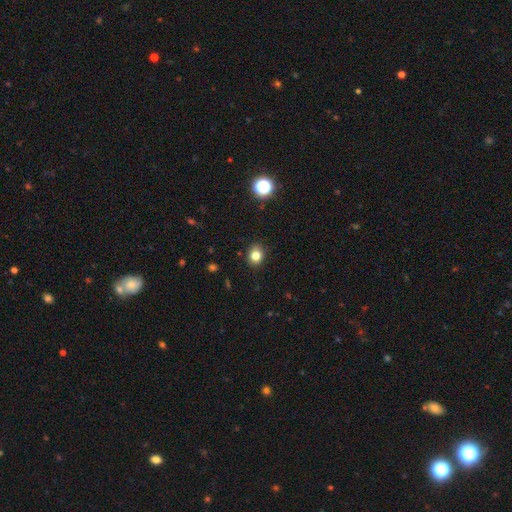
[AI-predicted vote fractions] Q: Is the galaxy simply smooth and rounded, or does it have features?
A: smooth — 81%.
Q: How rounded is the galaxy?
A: round — 65%.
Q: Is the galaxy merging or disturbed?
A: none — 89%.